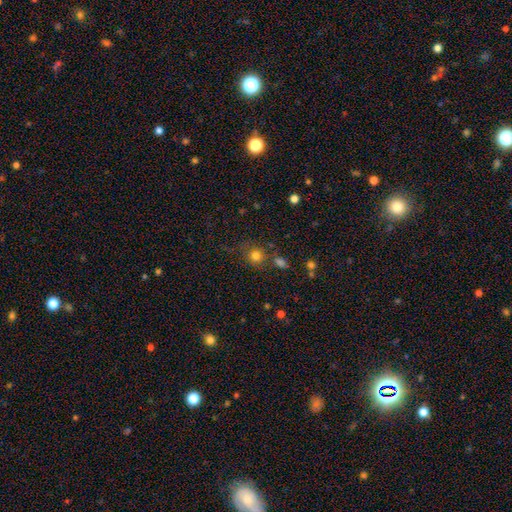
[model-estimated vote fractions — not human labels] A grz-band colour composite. It shows a smooth galaxy with no disk features (76%) that is round (86%). Merging: none (71%).